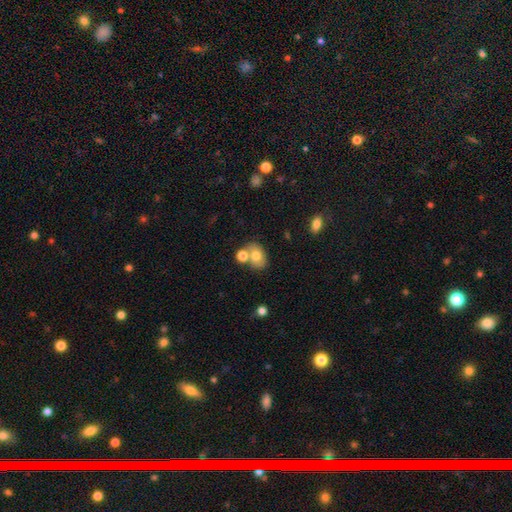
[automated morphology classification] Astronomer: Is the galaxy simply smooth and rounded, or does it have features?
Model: smooth — 75%.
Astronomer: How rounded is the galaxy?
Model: in between — 69%.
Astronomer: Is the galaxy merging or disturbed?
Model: none — 50% (runner-up: merger, 35%).